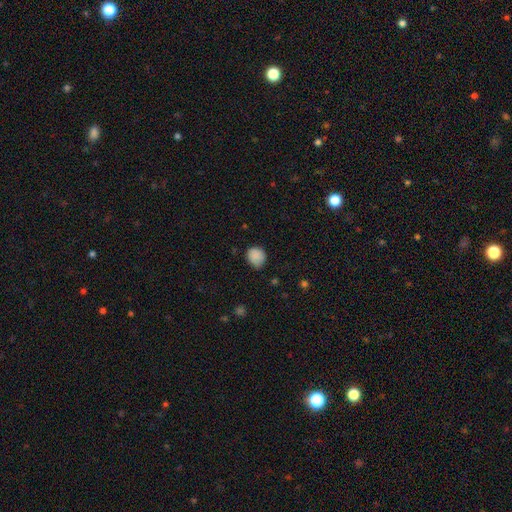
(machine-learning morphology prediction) type=smooth (86%); roundness=round (68%); merging=none (65%).